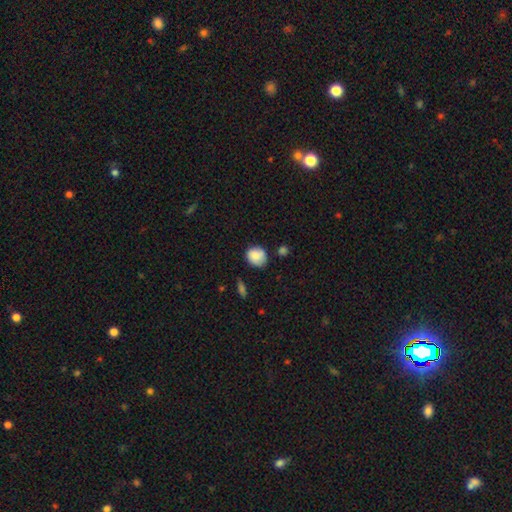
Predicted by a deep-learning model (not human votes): A smooth galaxy with no disk features (83%) that is round (72%).

Vote fractions:
- Smooth or featured? smooth: 83% / featured or disk: 9% / star or artifact: 8%
- How rounded? round: 72% / in between: 27% / cigar-shaped: 1%
- Merging? none: 64% / minor disturbance: 27% / major disturbance: 5% / merger: 4%